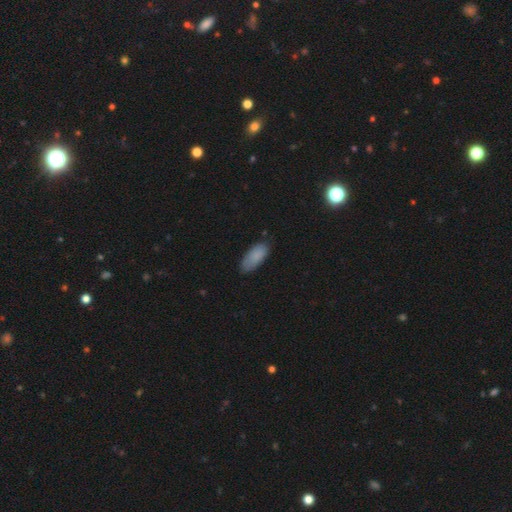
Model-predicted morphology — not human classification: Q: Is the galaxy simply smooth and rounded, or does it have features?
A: smooth — 87%.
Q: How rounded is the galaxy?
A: in between — 84%.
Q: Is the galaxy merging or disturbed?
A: none — 76%.